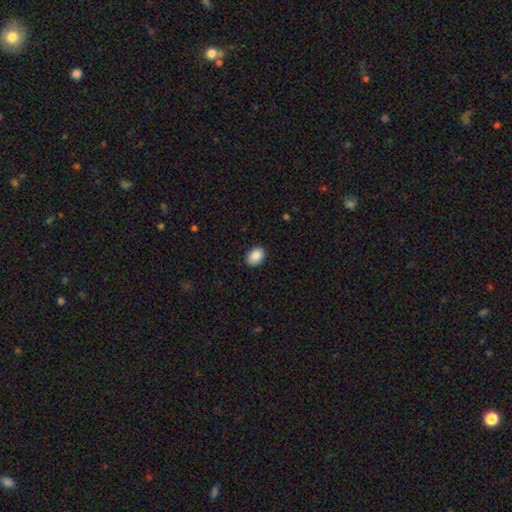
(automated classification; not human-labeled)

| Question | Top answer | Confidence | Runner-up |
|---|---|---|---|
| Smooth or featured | smooth | 89% | star or artifact (7%) |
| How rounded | in between | 71% | round (28%) |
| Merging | none | 88% | minor disturbance (9%) |